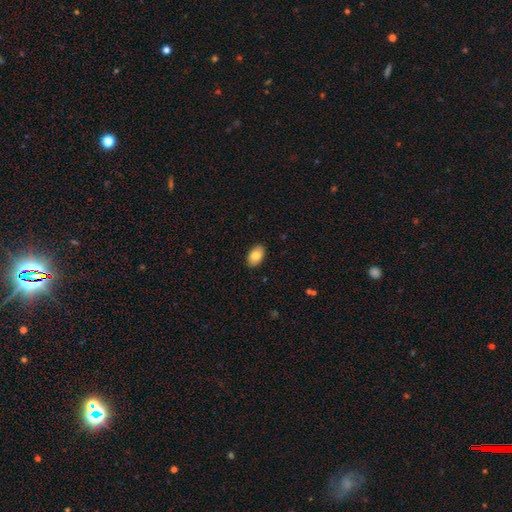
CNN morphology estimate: Smooth or featured? smooth (85%)
How rounded? in between (92%)
Merging? none (89%)